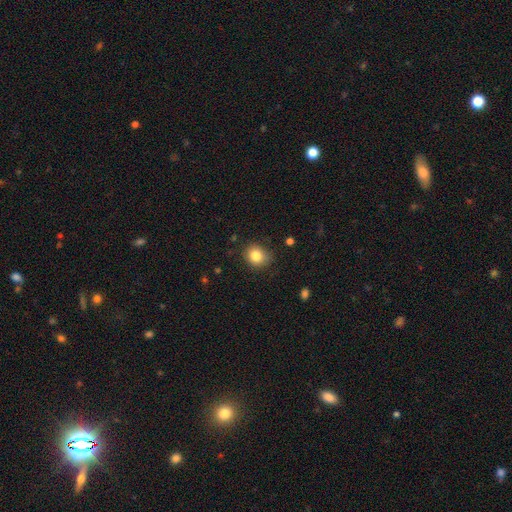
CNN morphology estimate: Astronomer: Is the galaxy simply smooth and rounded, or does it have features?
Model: smooth — 83%.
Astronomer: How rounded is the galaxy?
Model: round — 73%.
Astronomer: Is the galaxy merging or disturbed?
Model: none — 81%.